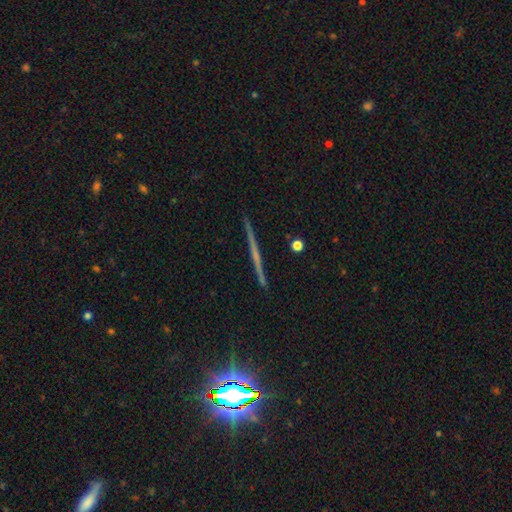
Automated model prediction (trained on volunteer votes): Overall: featured or disk (62%). Edge-on disk: yes (97%). Edge-on bulge: none (64%; rounded 26%). Merging: none (91%).